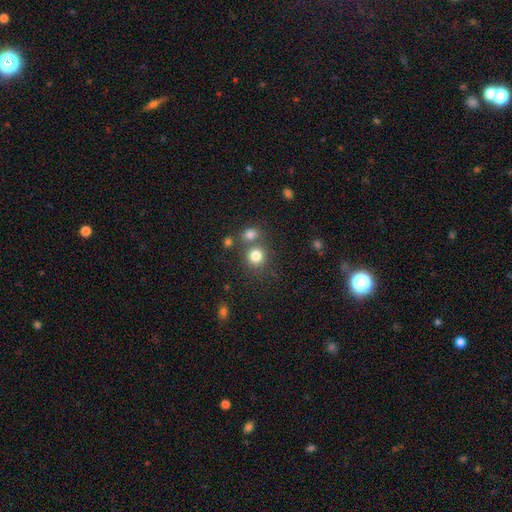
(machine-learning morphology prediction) type=smooth (64%); roundness=round (89%); merging=none (64%).